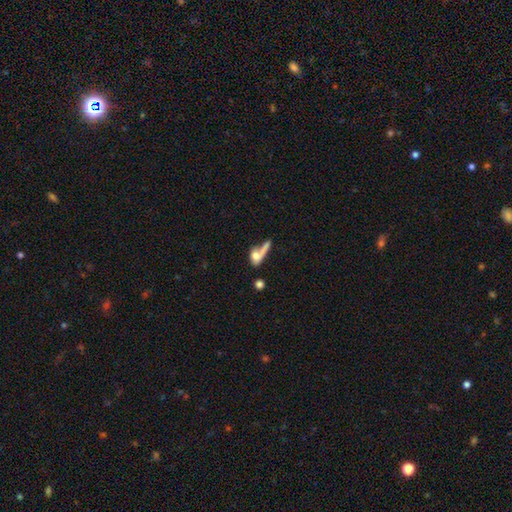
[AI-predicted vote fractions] Smooth or featured? smooth (64%)
How rounded? in between (55%)
Merging? merger (39%)